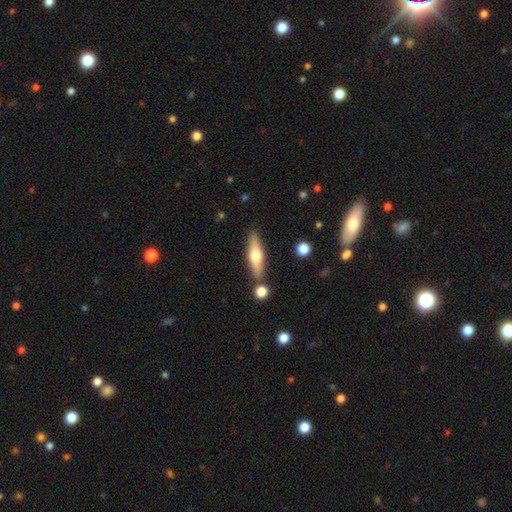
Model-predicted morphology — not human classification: Overall: featured or disk (48%; smooth 46%). Merging: none (81%).